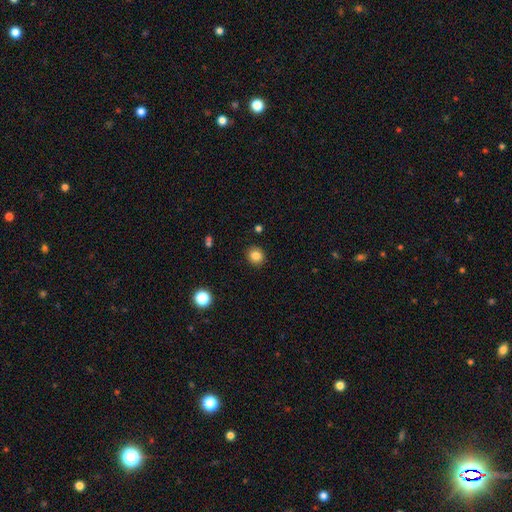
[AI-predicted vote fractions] The model was most divided on "how rounded": round: 84%, in between: 15%, cigar-shaped: 1%. More confident: merging — none (90%); smooth or featured — smooth (83%).